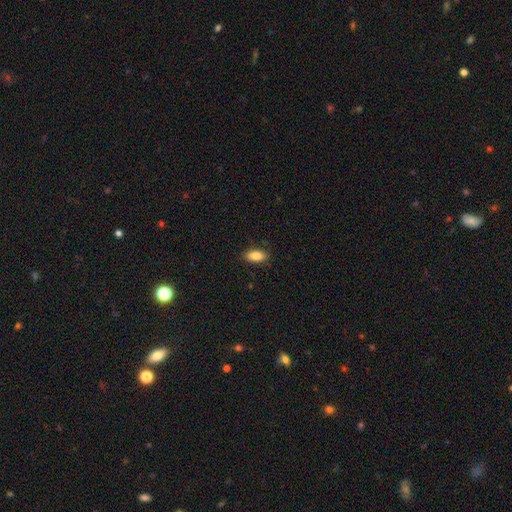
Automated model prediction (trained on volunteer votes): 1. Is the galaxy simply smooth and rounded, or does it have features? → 86% smooth, 7% star or artifact, 7% featured or disk.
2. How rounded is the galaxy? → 88% in between, 9% cigar-shaped, 3% round.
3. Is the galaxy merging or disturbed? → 86% none, 11% minor disturbance, 2% major disturbance, 1% merger.